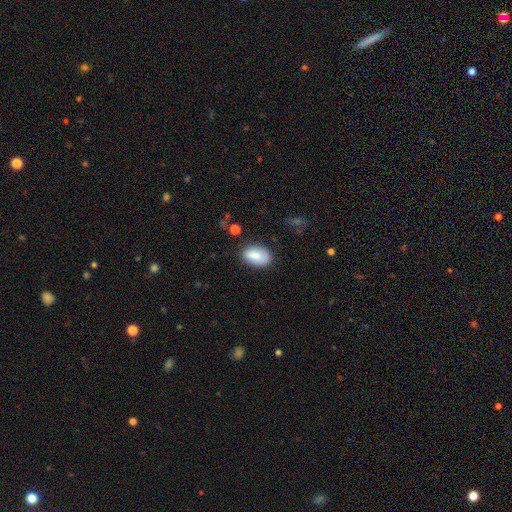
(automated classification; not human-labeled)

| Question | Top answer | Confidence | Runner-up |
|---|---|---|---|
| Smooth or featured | smooth | 82% | featured or disk (11%) |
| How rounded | in between | 91% | round (8%) |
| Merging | none | 76% | minor disturbance (17%) |